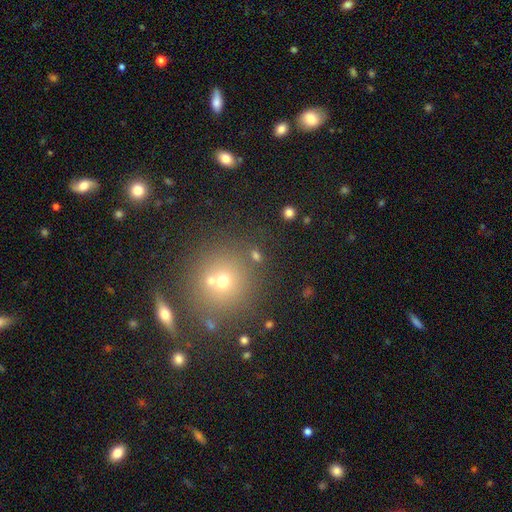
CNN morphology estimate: smooth-or-featured: smooth: 60% | star or artifact: 26% | featured or disk: 14%
  how-rounded: round: 85% | in between: 13% | cigar-shaped: 1%
  merging: none: 69% | merger: 18% | minor disturbance: 8% | major disturbance: 4%